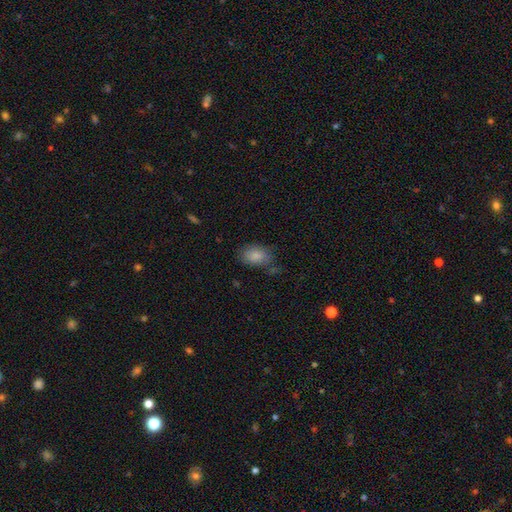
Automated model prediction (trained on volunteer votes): smooth-or-featured: smooth: 86% | star or artifact: 7% | featured or disk: 7%
  how-rounded: in between: 87% | round: 12% | cigar-shaped: 1%
  merging: none: 69% | minor disturbance: 20% | major disturbance: 6% | merger: 5%